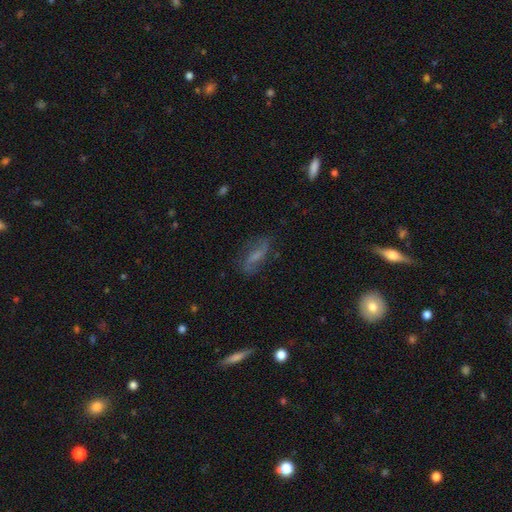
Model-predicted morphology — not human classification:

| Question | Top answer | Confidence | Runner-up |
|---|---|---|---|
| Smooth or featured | featured or disk | 58% | smooth (30%) |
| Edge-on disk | no | 86% | yes (14%) |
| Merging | none | 72% | minor disturbance (18%) |